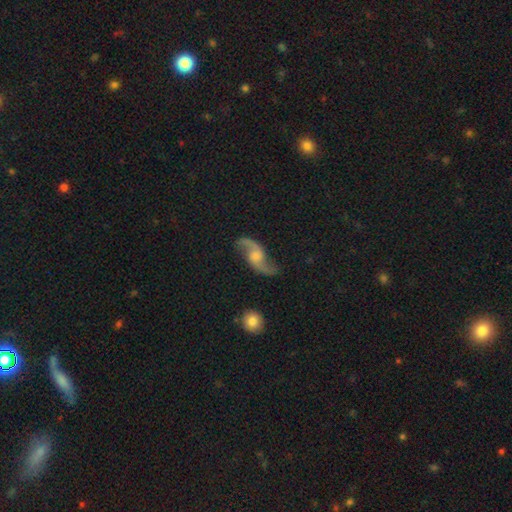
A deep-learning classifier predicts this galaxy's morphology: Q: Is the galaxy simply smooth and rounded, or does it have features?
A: featured or disk — 90%.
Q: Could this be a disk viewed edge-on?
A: no — 96%.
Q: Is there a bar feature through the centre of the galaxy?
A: no — 58%.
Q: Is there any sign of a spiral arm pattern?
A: yes — 97%.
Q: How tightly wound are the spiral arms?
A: loose — 81%.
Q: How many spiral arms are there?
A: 2 — 94%.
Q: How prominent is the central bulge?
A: moderate — 42%.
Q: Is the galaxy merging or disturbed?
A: none — 79%.